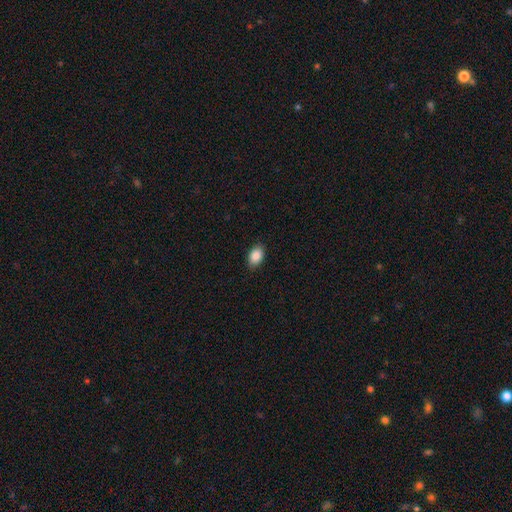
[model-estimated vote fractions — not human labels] smooth-or-featured: smooth: 88% | star or artifact: 7% | featured or disk: 5%
  how-rounded: in between: 89% | round: 10% | cigar-shaped: 1%
  merging: none: 86% | minor disturbance: 10% | major disturbance: 2% | merger: 1%